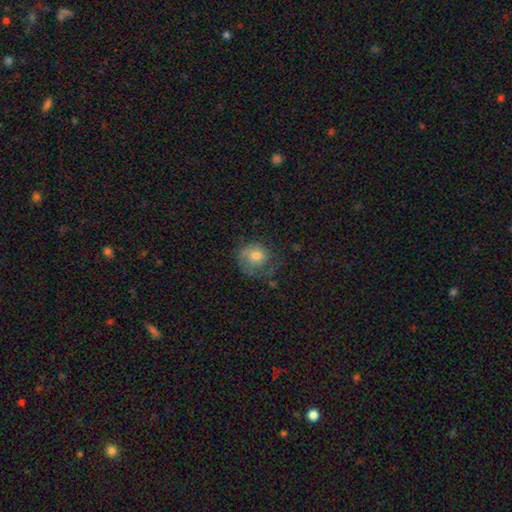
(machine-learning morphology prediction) Smooth or featured? Predicted: smooth (p=0.56). How rounded? Predicted: round (p=0.77). Merging? Predicted: none (p=0.48).